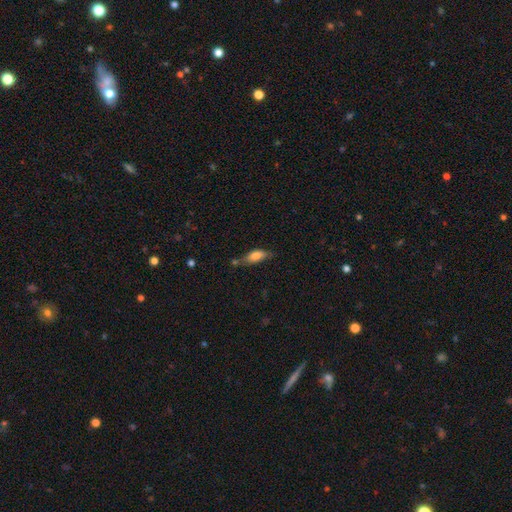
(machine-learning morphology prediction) This appears to be a smooth galaxy with no disk features (77%) that is in between round and cigar-shaped (72%). Merging: none (54%).